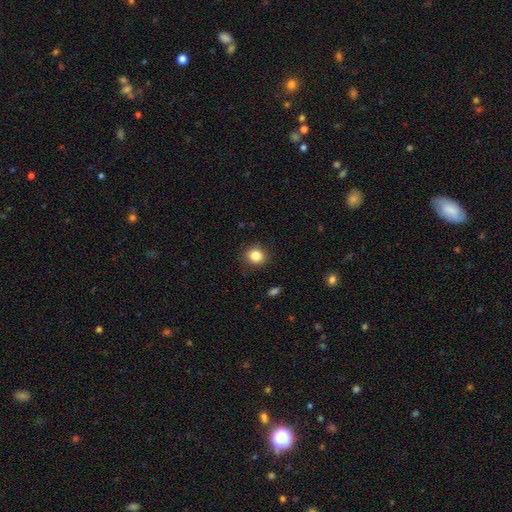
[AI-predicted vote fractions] Q: Smooth or featured?
A: smooth (84%); runner-up: star or artifact (11%)
Q: How rounded?
A: round (78%); runner-up: in between (21%)
Q: Merging?
A: none (88%); runner-up: minor disturbance (9%)